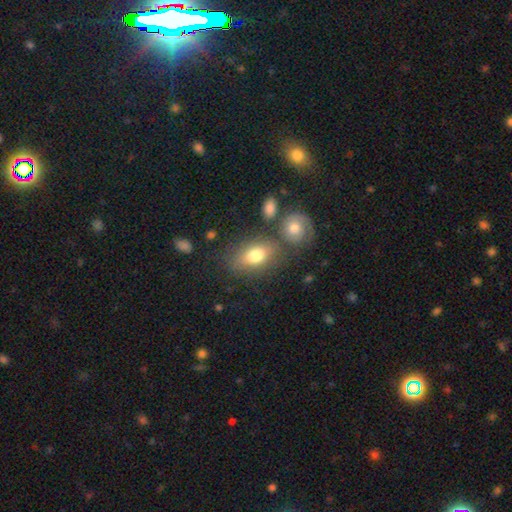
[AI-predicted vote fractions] The model was most divided on "merging": none: 64%, minor disturbance: 16%, merger: 14%, major disturbance: 6%. More confident: how rounded — in between (81%); smooth or featured — smooth (73%).